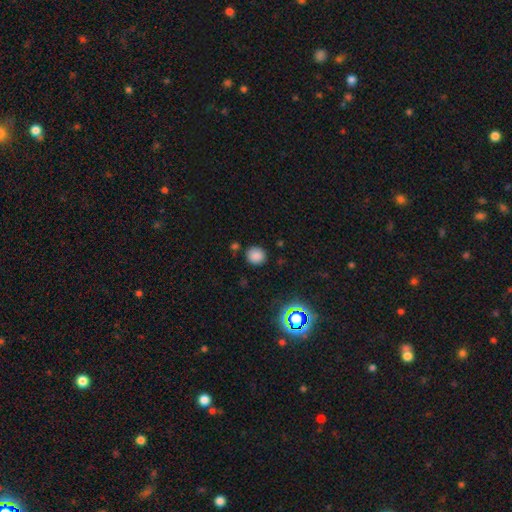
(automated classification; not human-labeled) A smooth galaxy with no disk features (81%) that is round (85%).

Vote fractions:
- Smooth or featured? smooth: 81% / star or artifact: 15% / featured or disk: 4%
- How rounded? round: 85% / in between: 14% / cigar-shaped: 1%
- Merging? none: 84% / minor disturbance: 9% / merger: 4% / major disturbance: 3%